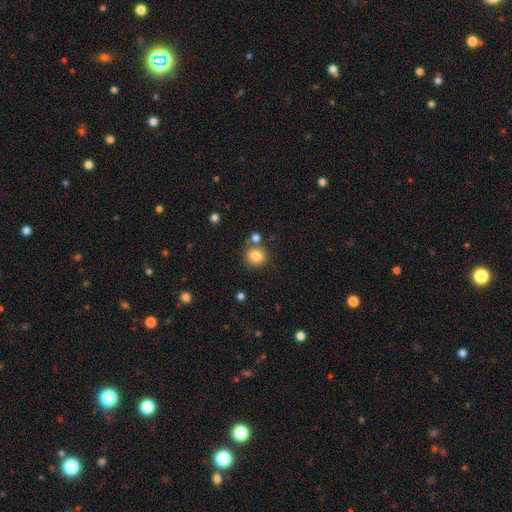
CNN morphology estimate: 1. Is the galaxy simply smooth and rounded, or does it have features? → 82% smooth, 11% star or artifact, 7% featured or disk.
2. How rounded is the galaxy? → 88% round, 11% in between, 1% cigar-shaped.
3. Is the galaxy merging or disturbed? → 72% none, 15% merger, 10% minor disturbance, 3% major disturbance.